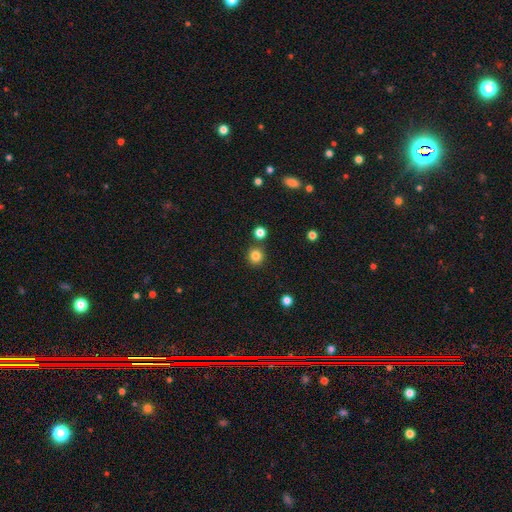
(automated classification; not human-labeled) Smooth or featured? Predicted: smooth (p=0.83). How rounded? Predicted: round (p=0.94). Merging? Predicted: none (p=0.85).